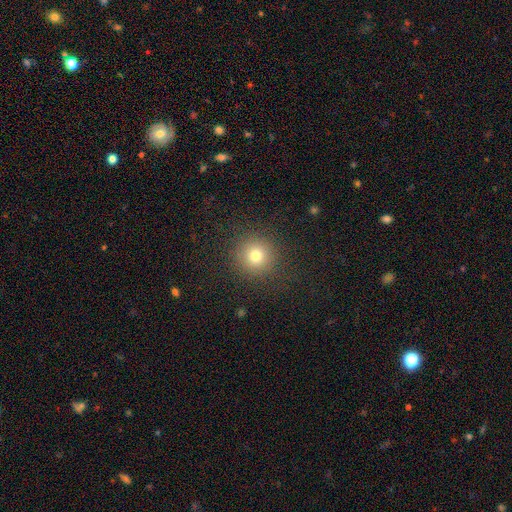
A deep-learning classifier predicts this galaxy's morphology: Smooth or featured?
  - smooth: 77% *
  - star or artifact: 15%
  - featured or disk: 8%
How rounded?
  - round: 94% *
  - in between: 5%
  - cigar-shaped: 1%
Merging?
  - none: 89% *
  - minor disturbance: 6%
  - major disturbance: 3%
  - merger: 1%